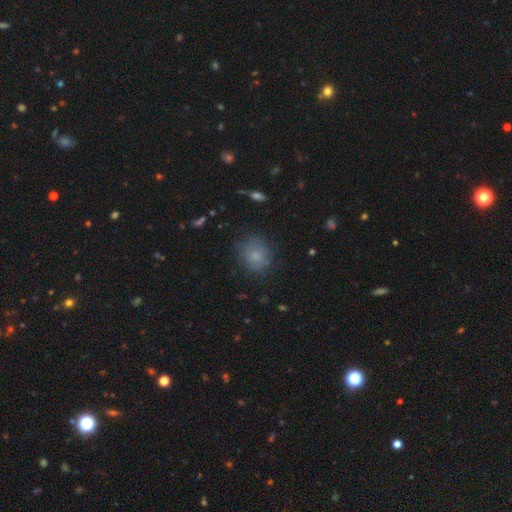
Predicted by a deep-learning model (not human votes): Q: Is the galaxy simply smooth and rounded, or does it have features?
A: smooth — 80%.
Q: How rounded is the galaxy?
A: round — 72%.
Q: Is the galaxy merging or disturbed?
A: none — 77%.